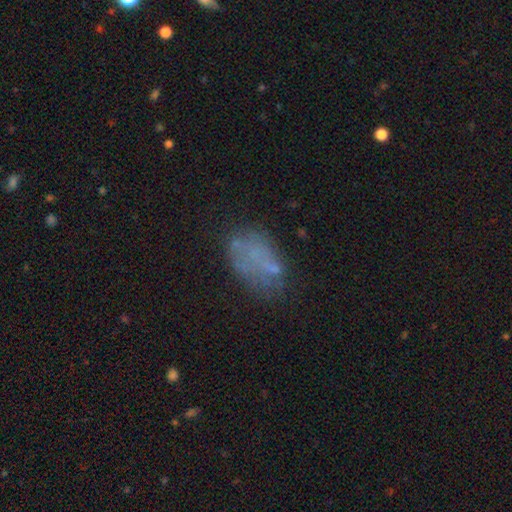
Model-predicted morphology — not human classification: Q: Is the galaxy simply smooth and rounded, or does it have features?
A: smooth — 50%.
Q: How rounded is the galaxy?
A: in between — 87%.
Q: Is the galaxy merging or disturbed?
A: none — 56%.